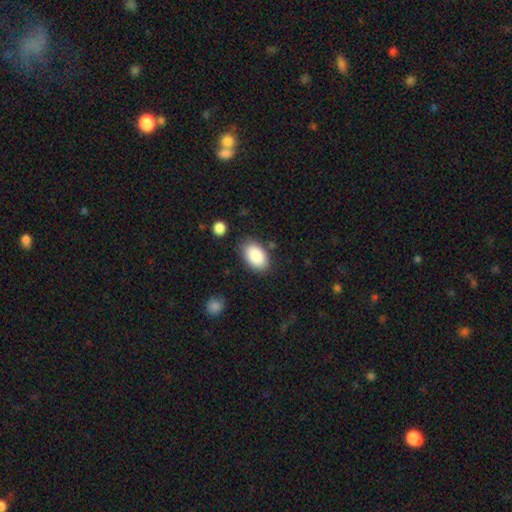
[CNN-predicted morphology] Smooth or featured: smooth — 89% (star or artifact — 6%)
How rounded: in between — 93% (round — 6%)
Merging: none — 82% (minor disturbance — 12%)